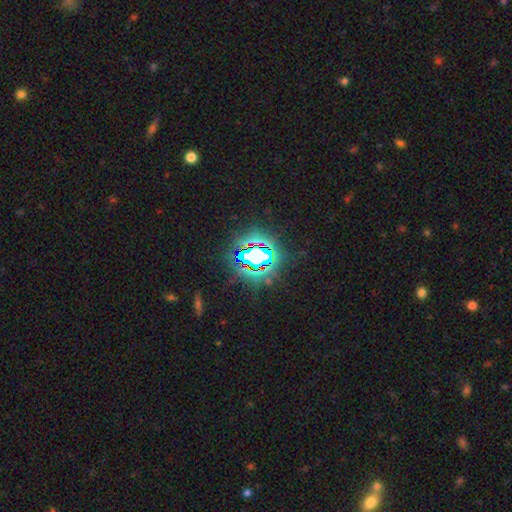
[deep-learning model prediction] This is likely a star or artifact rather than a galaxy (76%).